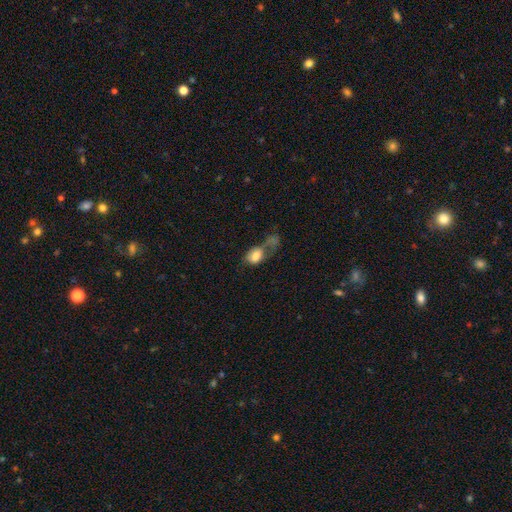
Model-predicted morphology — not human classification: This appears to be a smooth galaxy with no disk features (72%) that is in between round and cigar-shaped (77%). Merging: major disturbance (36%, tied with merger).